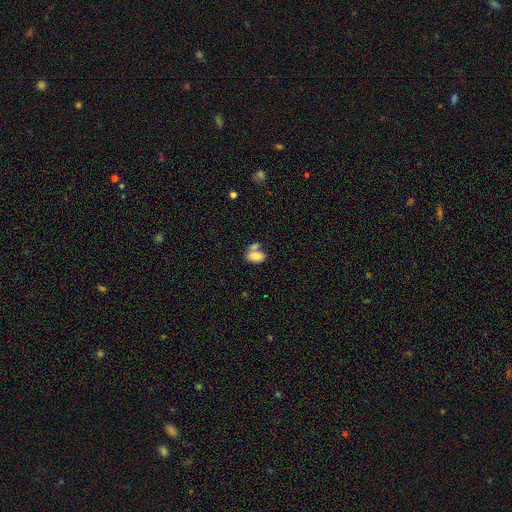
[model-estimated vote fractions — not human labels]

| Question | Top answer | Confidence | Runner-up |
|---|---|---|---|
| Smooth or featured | smooth | 82% | featured or disk (10%) |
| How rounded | in between | 89% | round (9%) |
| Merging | merger | 44% | none (36%) |